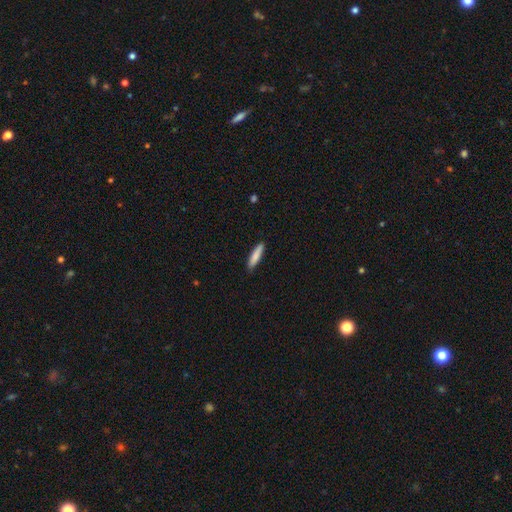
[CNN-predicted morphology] Smooth or featured? smooth (83%)
How rounded? cigar-shaped (85%)
Merging? none (87%)